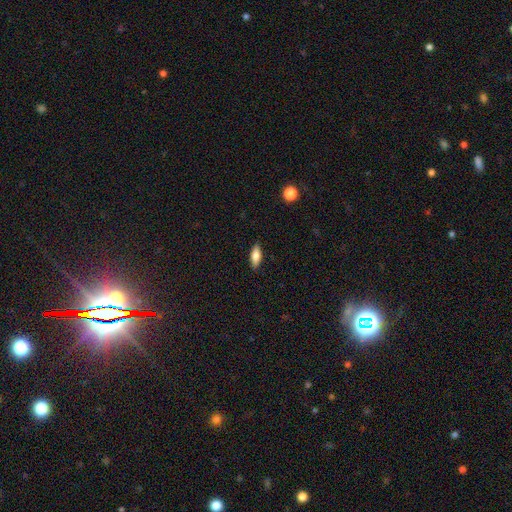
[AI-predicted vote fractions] Smooth or featured: smooth — 75% (featured or disk — 18%)
How rounded: in between — 70% (cigar-shaped — 27%)
Merging: none — 88% (minor disturbance — 9%)